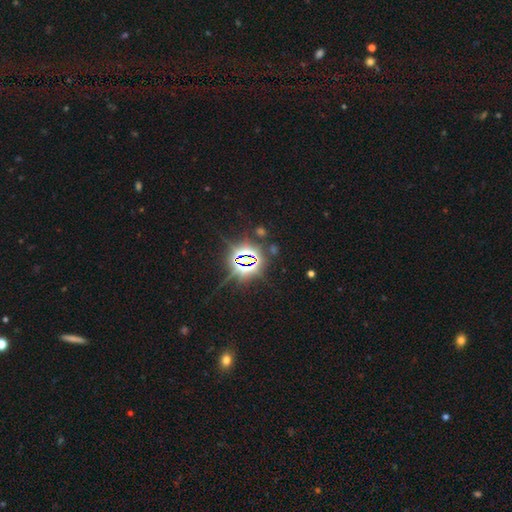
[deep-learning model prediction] Morphology: type=star or artifact (82%).